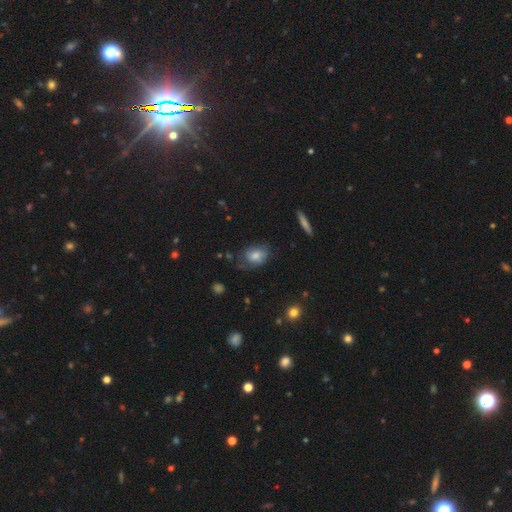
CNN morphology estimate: This appears to be a smooth galaxy with no disk features (69%) that is in between round and cigar-shaped (68%). Merging: none (57%).